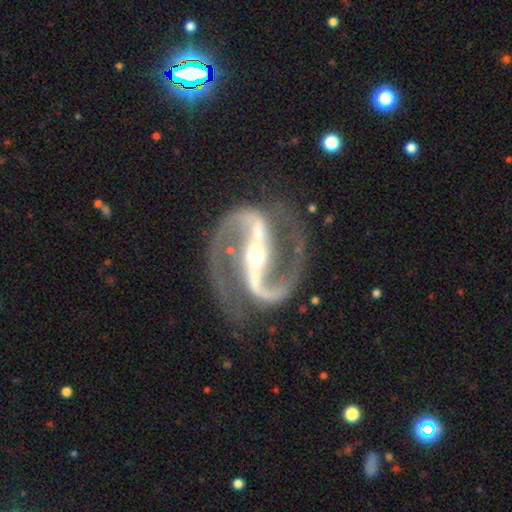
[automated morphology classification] Smooth or featured: featured or disk — 94% (star or artifact — 4%)
Edge-on disk: no — 97% (yes — 3%)
Bar: strong — 78% (weak — 14%)
Spiral arms: yes — 99% (no — 1%)
Spiral winding: medium — 62% (tight — 20%)
Spiral arm count: 2 — 95% (can't tell — 1%)
Bulge size: small — 62% (moderate — 33%)
Merging: none — 83% (minor disturbance — 10%)